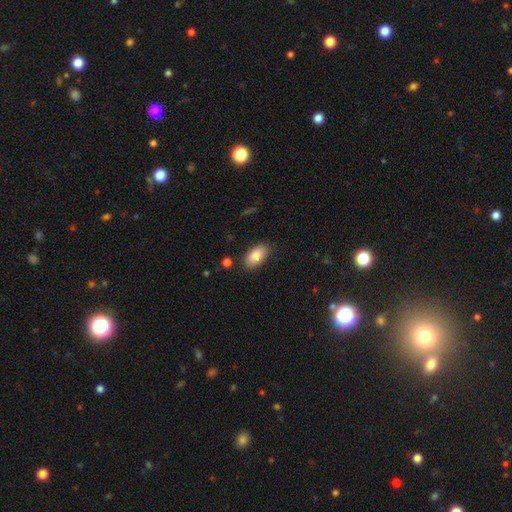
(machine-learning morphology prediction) Q: Smooth or featured?
A: smooth (81%); runner-up: featured or disk (12%)
Q: How rounded?
A: in between (93%); runner-up: round (4%)
Q: Merging?
A: none (85%); runner-up: minor disturbance (11%)